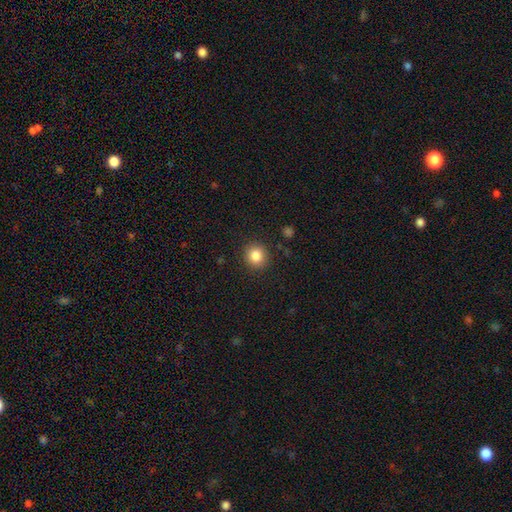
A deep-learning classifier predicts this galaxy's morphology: Overall: smooth (84%). How rounded: round (88%). Merging: none (89%).